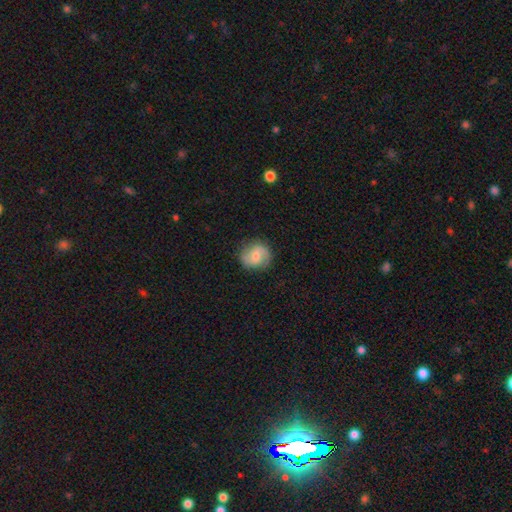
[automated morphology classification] smooth_or_featured: featured or disk (p=0.60) [alt: smooth p=0.33]
disk_edge_on: no (p=0.98) [alt: yes p=0.02]
bar: no (p=0.49) [alt: weak p=0.42]
has_spiral_arms: yes (p=0.91) [alt: no p=0.09]
spiral_winding: medium (p=0.48) [alt: loose p=0.27]
spiral_arm_count: 2 (p=0.87) [alt: can't tell p=0.06]
bulge_size: moderate (p=0.52) [alt: small p=0.41]
merging: none (p=0.84) [alt: minor disturbance p=0.12]